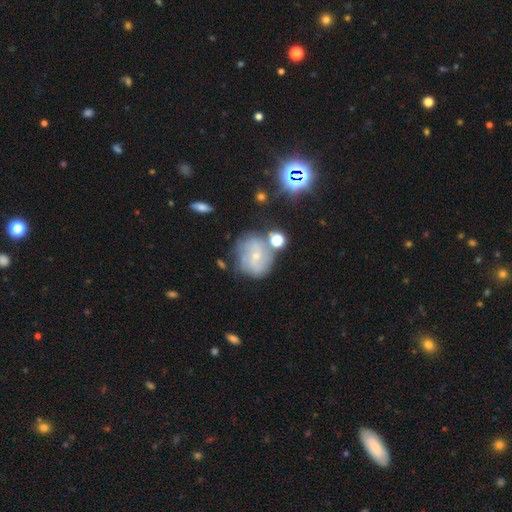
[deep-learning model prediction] A featured or disk galaxy (53%) with no bar (64%), spiral arms (67%) and a small central bulge (76%).

Vote fractions:
- Smooth or featured? featured or disk: 53% / smooth: 34% / star or artifact: 14%
- Edge-on disk? no: 96% / yes: 4%
- Bar? no: 64% / weak: 28% / strong: 8%
- Spiral arms? yes: 67% / no: 33%
- Bulge size? small: 76% / moderate: 19% / none: 3% / large: 1% / dominant: 1%
- Merging? none: 57% / minor disturbance: 21% / merger: 14% / major disturbance: 9%